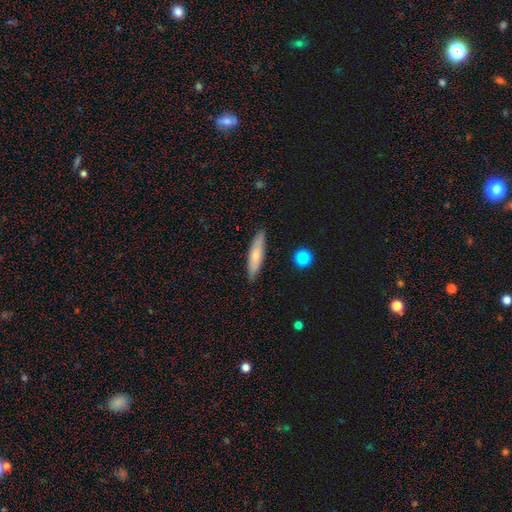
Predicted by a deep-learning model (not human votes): This is likely a smooth galaxy (66%). How rounded: likely cigar-shaped (79%). Merging: clearly none (86%).